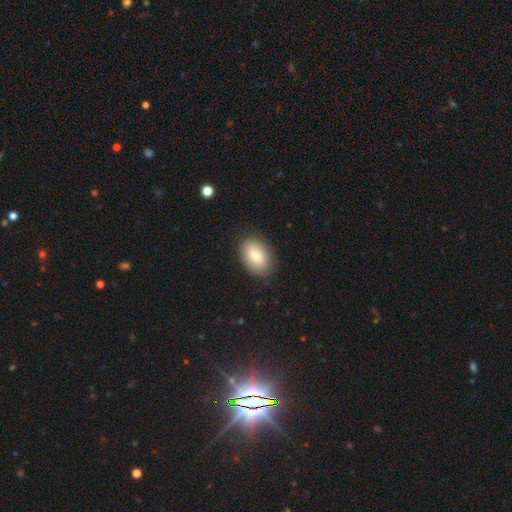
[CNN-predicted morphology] smooth 82%, featured or disk 11%, star or artifact 7%. Down the decision tree: how rounded — in between (88%); merging — none (86%).